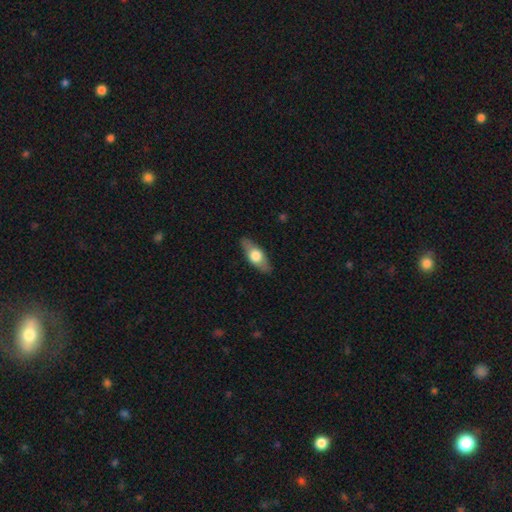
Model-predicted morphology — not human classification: A smooth galaxy with no disk features (52%) that is in between round and cigar-shaped (71%).

Vote fractions:
- Smooth or featured? smooth: 52% / featured or disk: 43% / star or artifact: 5%
- How rounded? in between: 71% / cigar-shaped: 24% / round: 4%
- Merging? none: 86% / minor disturbance: 11% / major disturbance: 2% / merger: 1%